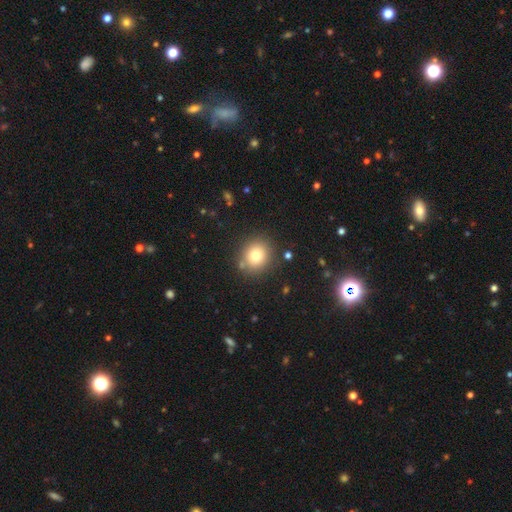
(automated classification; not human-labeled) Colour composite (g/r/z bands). It shows a smooth galaxy with no disk features (77%) that is round (80%). Merging: none (84%).